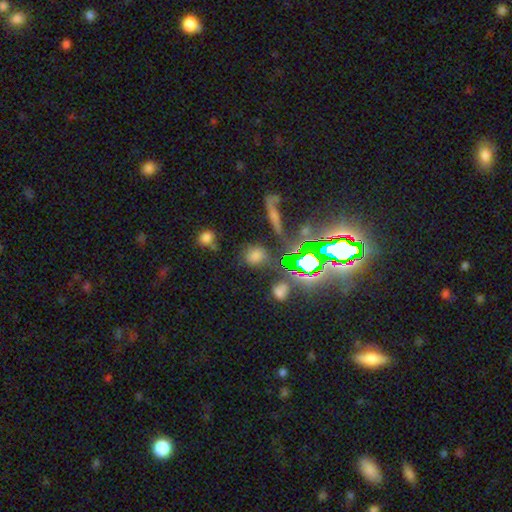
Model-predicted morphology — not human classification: This appears to be a smooth galaxy with no disk features (61%) that is round (67%). Merging: none (71%).